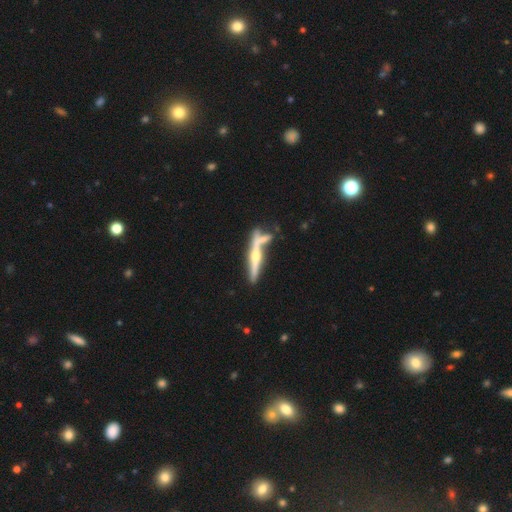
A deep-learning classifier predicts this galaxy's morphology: Q: Smooth or featured?
A: featured or disk (78%); runner-up: smooth (16%)
Q: Edge-on disk?
A: yes (94%); runner-up: no (6%)
Q: Edge-on bulge?
A: rounded (90%); runner-up: none (6%)
Q: Merging?
A: none (56%); runner-up: merger (22%)